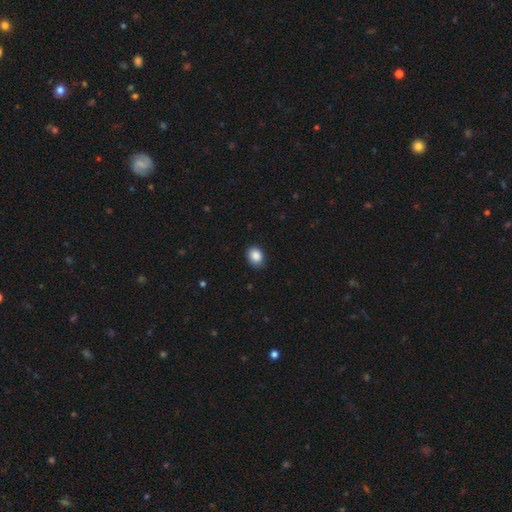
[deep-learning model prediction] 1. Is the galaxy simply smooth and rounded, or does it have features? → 88% smooth, 9% star or artifact, 3% featured or disk.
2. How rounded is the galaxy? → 51% round, 48% in between, 1% cigar-shaped.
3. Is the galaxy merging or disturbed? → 82% none, 14% minor disturbance, 2% major disturbance, 1% merger.